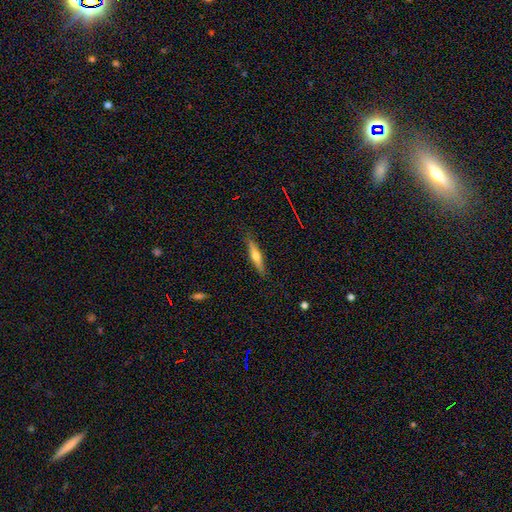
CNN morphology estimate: Q: Smooth or featured?
A: featured or disk (52%); runner-up: smooth (42%)
Q: Edge-on disk?
A: yes (95%); runner-up: no (5%)
Q: Merging?
A: none (87%); runner-up: minor disturbance (10%)